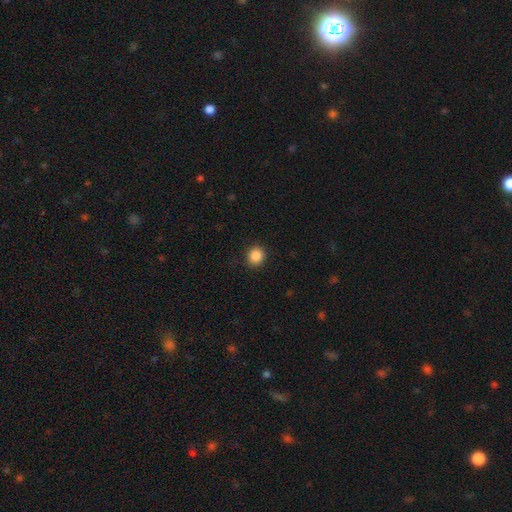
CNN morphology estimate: The model was most divided on "how rounded": round: 86%, in between: 13%, cigar-shaped: 1%. More confident: merging — none (90%); smooth or featured — smooth (87%).